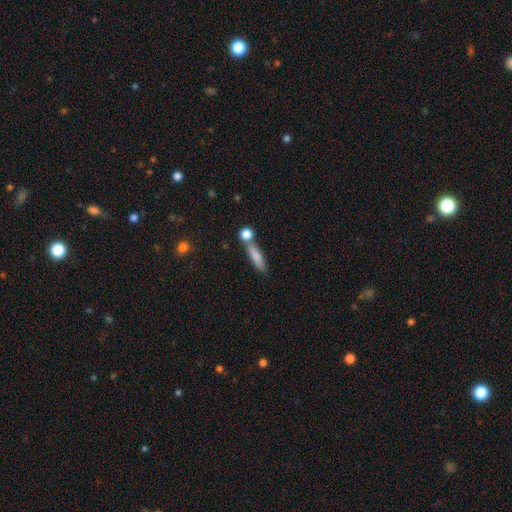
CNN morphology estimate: Smooth or featured? smooth (80%)
How rounded? cigar-shaped (62%)
Merging? none (61%)